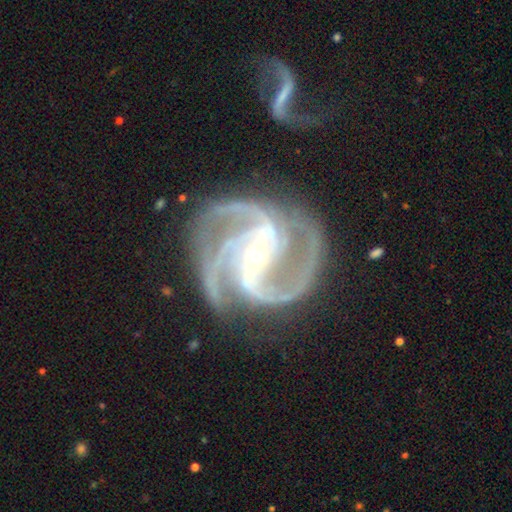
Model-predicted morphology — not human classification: This appears to be a featured or disk galaxy (93%) with a strong bar (57%), 3 (54%) medium (55%) spiral arms (99%) and a small central bulge (56%). Merging: none (71%).